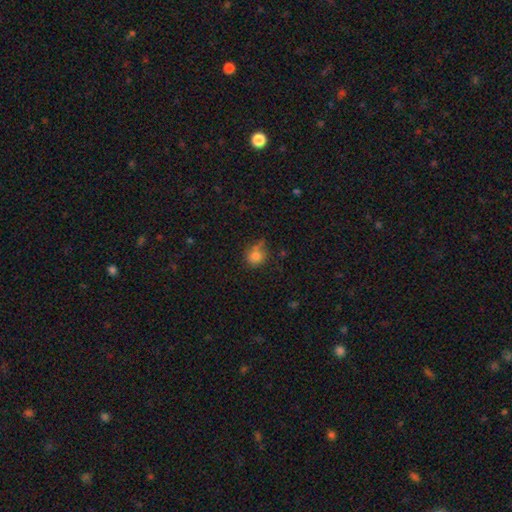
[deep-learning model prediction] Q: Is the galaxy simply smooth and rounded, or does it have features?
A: smooth — 80%.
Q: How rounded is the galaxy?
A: round — 74%.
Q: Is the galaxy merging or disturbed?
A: none — 55%.